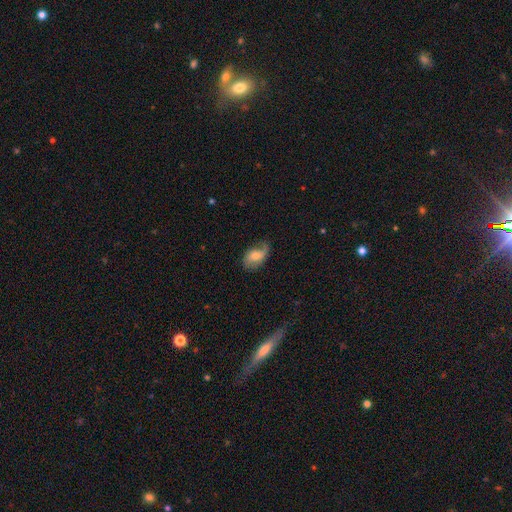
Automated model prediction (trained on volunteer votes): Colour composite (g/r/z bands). It shows a featured or disk galaxy (49%). Merging: none (56%).